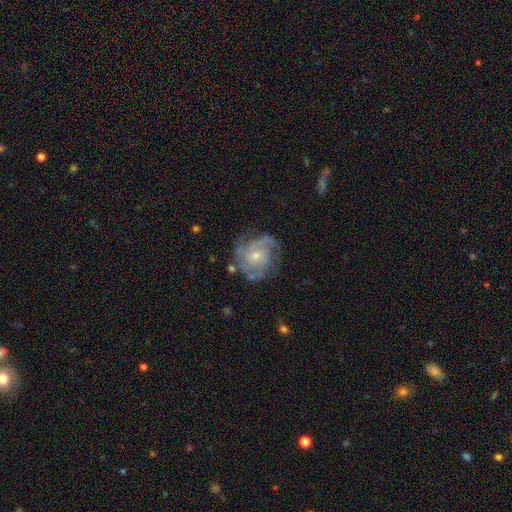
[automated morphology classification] This appears to be a featured or disk galaxy (81%) with no bar (73%), 3 (34%) medium (44%) spiral arms (92%) and a small central bulge (61%). Merging: none (65%).